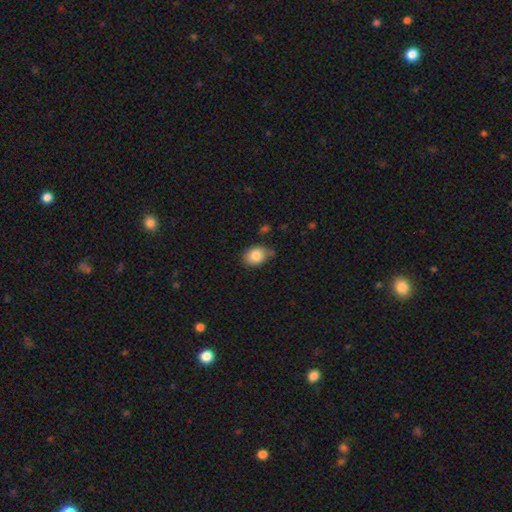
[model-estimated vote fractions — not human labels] This is clearly a smooth galaxy (83%). How rounded: likely in between (68%). Merging: likely none (69%).